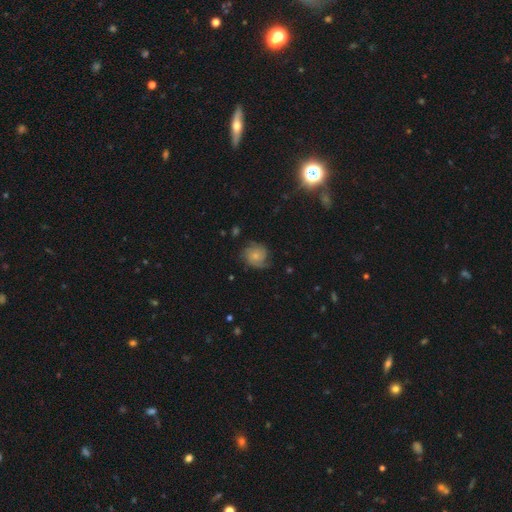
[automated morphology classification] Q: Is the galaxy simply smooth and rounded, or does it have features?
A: featured or disk — 60%.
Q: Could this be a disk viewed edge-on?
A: no — 98%.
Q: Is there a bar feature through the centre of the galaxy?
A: no — 81%.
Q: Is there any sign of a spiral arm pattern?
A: yes — 90%.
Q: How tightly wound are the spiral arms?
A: tight — 49%.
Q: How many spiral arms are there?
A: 2 — 35%.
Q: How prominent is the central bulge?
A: small — 62%.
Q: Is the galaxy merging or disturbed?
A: none — 67%.